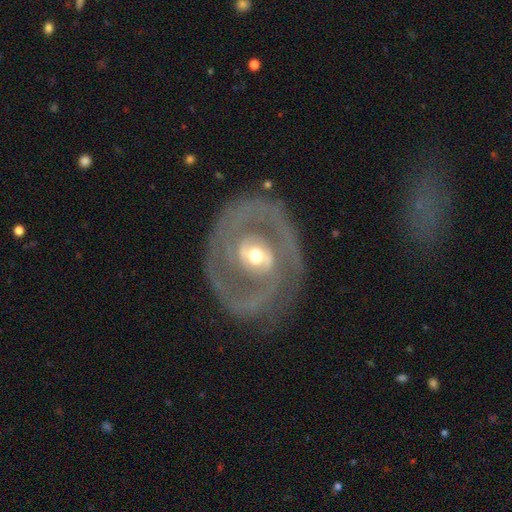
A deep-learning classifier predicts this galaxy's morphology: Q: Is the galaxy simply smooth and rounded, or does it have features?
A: featured or disk — 83%.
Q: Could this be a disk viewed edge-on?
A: no — 96%.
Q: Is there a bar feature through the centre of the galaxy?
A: no — 44%.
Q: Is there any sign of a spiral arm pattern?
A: yes — 73%.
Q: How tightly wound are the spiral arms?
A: tight — 47%.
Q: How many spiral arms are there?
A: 2 — 63%.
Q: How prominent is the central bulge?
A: moderate — 65%.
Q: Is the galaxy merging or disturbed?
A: none — 73%.